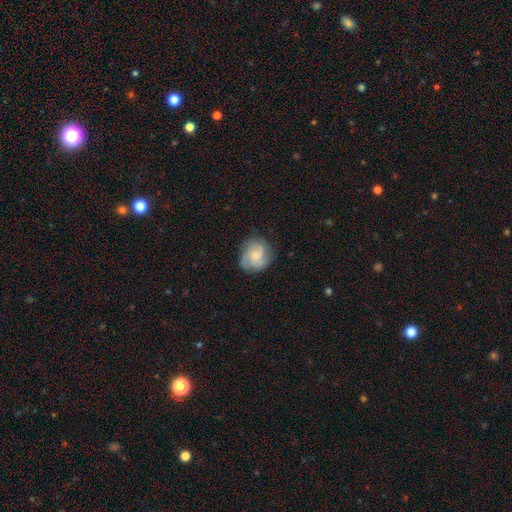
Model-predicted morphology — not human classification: smooth-or-featured: featured or disk: 48% | smooth: 44% | star or artifact: 8%
  merging: none: 69% | minor disturbance: 21% | major disturbance: 9% | merger: 1%